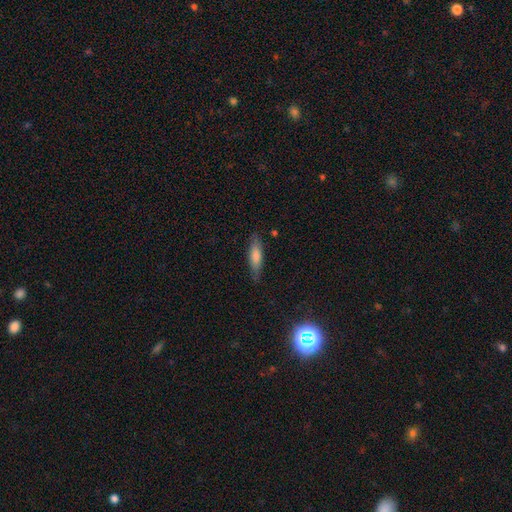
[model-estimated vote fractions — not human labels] smooth_or_featured: smooth (p=0.69) [alt: featured or disk p=0.22]
how_rounded: cigar-shaped (p=0.68) [alt: in between p=0.30]
merging: none (p=0.82) [alt: minor disturbance p=0.14]